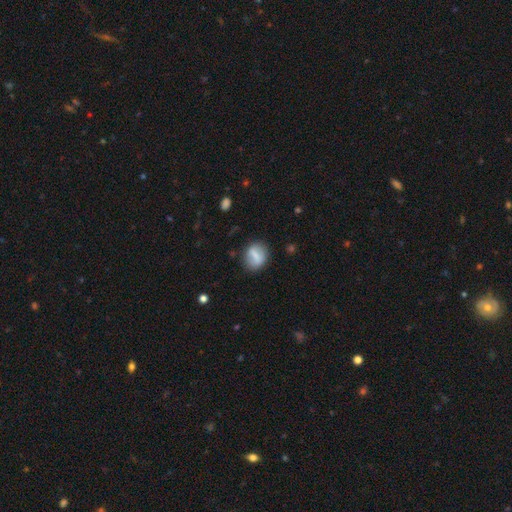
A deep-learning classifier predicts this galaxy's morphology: Q: Smooth or featured?
A: smooth (66%); runner-up: featured or disk (26%)
Q: How rounded?
A: in between (49%); runner-up: round (48%)
Q: Merging?
A: none (79%); runner-up: minor disturbance (14%)